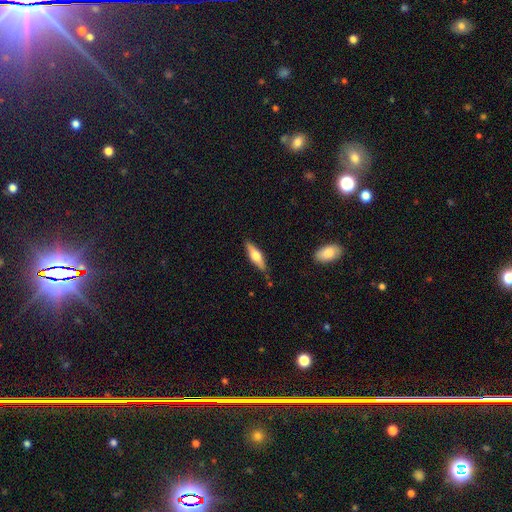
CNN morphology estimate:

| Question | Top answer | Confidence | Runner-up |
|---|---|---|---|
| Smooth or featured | featured or disk | 50% | smooth (44%) |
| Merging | none | 83% | minor disturbance (13%) |